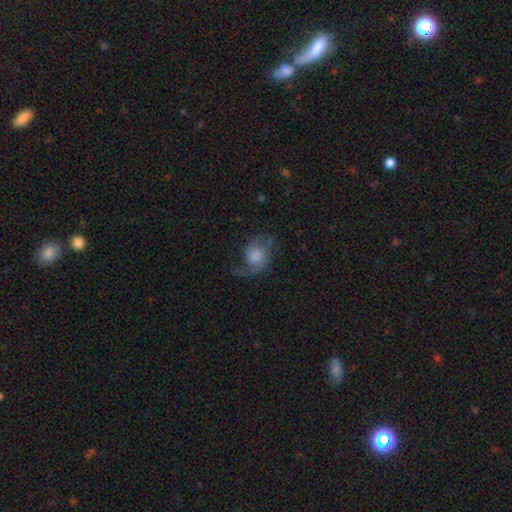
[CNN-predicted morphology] Smooth or featured? featured or disk (67%)
Edge-on disk? no (97%)
Bar? no (68%)
Spiral arms? yes (92%)
Spiral winding? loose (52%)
Spiral arm count? 2 (59%)
Bulge size? moderate (33%)
Merging? none (54%)